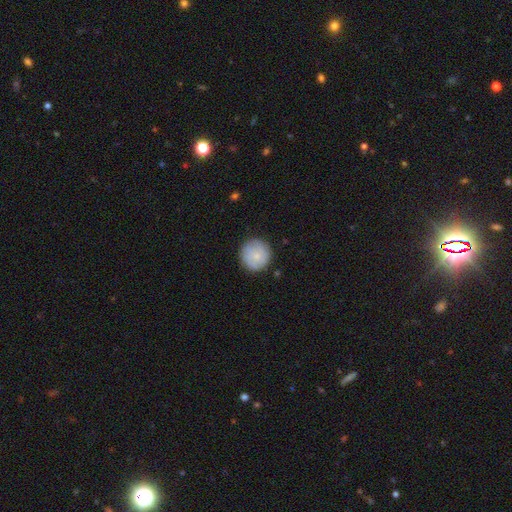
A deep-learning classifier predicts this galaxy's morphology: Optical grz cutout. It shows a smooth galaxy with no disk features (73%) that is round (95%). Merging: none (85%).